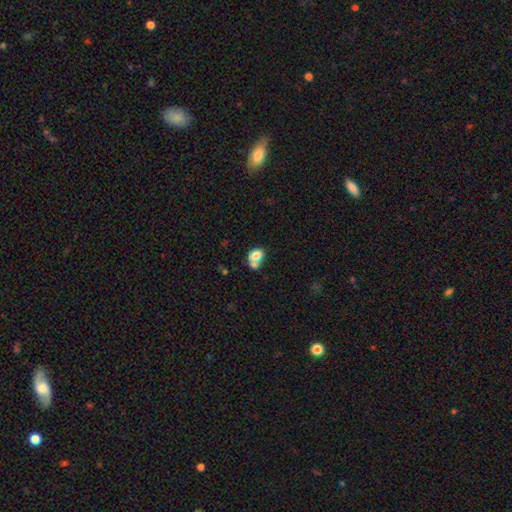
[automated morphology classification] This appears to be a smooth galaxy with no disk features (76%) that is in between round and cigar-shaped (68%). Merging: merger (51%).